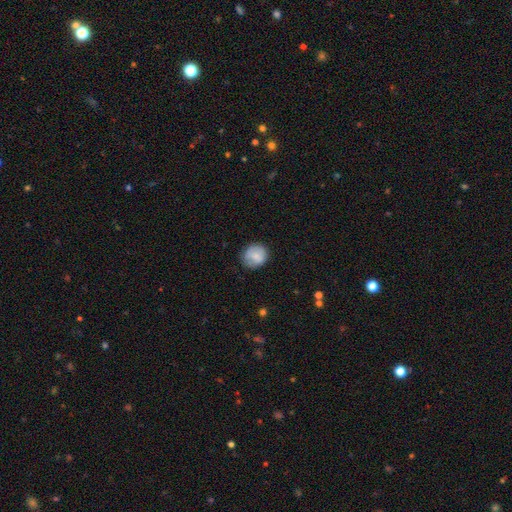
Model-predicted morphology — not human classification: smooth-or-featured: smooth: 77% | featured or disk: 16% | star or artifact: 7%
  how-rounded: round: 84% | in between: 15% | cigar-shaped: 1%
  merging: none: 78% | minor disturbance: 16% | major disturbance: 4% | merger: 1%